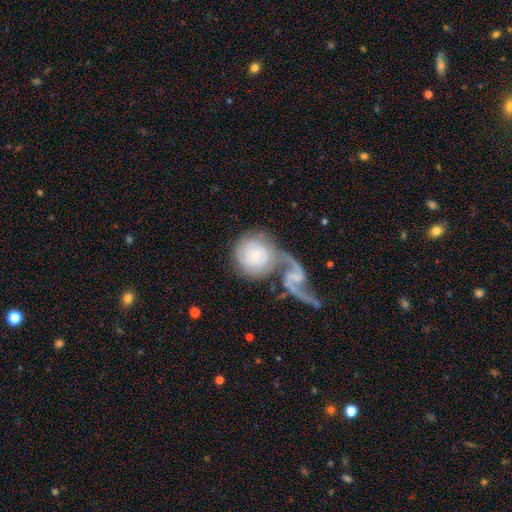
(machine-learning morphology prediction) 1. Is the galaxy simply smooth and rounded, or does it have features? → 56% featured or disk, 37% smooth, 7% star or artifact.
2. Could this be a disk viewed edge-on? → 96% no, 4% yes.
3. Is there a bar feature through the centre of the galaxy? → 65% no, 27% weak, 8% strong.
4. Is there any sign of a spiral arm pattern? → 84% yes, 16% no.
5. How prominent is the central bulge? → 61% small, 22% moderate, 12% none, 4% large, 2% dominant.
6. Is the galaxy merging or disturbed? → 59% merger, 24% none, 9% major disturbance, 8% minor disturbance.